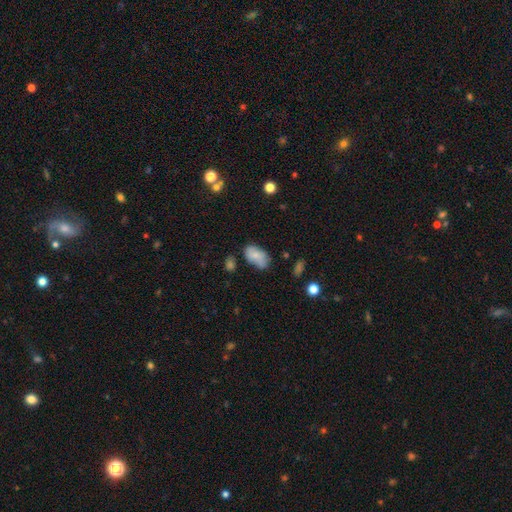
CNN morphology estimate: Smooth or featured: smooth — 73% (featured or disk — 19%)
How rounded: in between — 92% (round — 6%)
Merging: none — 51% (minor disturbance — 32%)